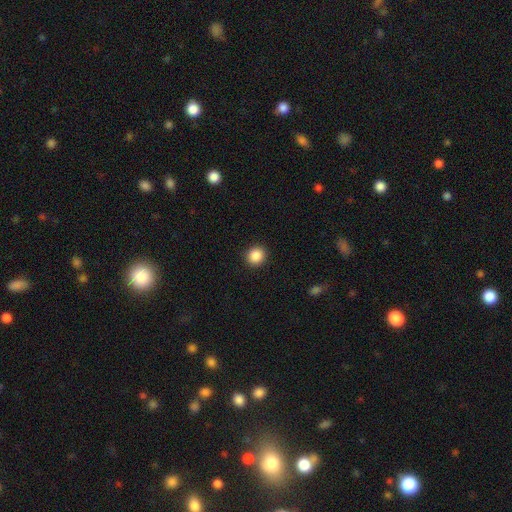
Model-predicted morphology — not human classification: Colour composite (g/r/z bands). It shows a smooth galaxy with no disk features (87%) that is round (89%). Merging: none (91%).